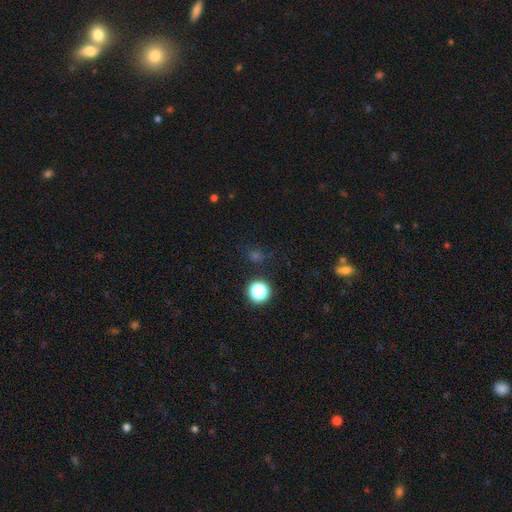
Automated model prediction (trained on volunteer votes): This is possibly a star or artifact rather than a galaxy (48%).